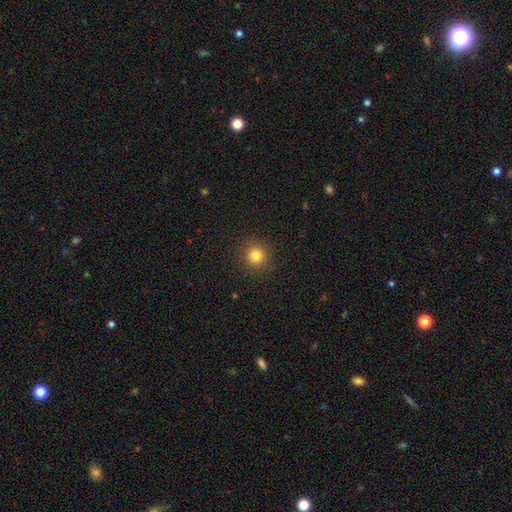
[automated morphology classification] smooth 81%, star or artifact 13%, featured or disk 5%. Down the decision tree: how rounded — round (95%); merging — none (91%).